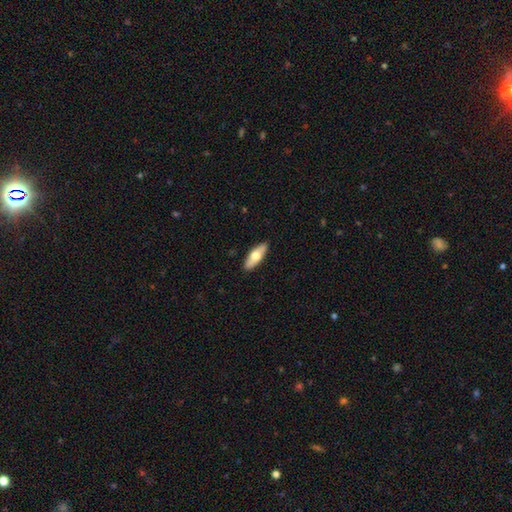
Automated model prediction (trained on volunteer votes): Overall: smooth (62%; featured or disk 33%). How rounded: in between (64%; cigar-shaped 34%). Merging: none (89%).